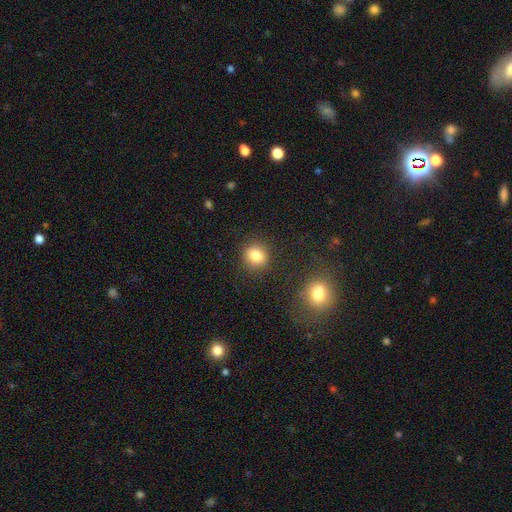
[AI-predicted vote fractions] Smooth or featured? smooth (83%)
How rounded? round (67%)
Merging? none (86%)